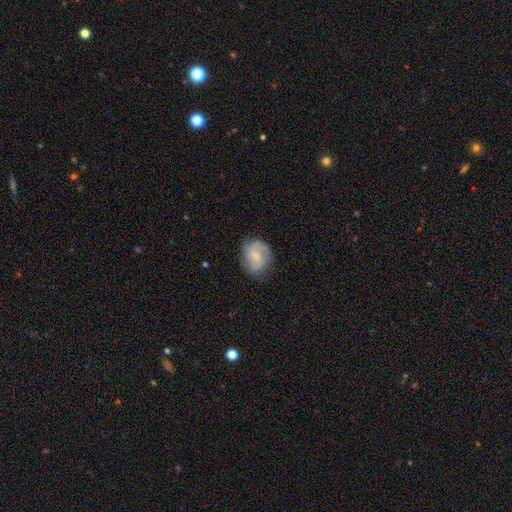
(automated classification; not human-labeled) Smooth or featured? featured or disk (52%)
Edge-on disk? no (97%)
Bar? no (59%)
Spiral arms? yes (87%)
Bulge size? small (63%)
Merging? none (70%)